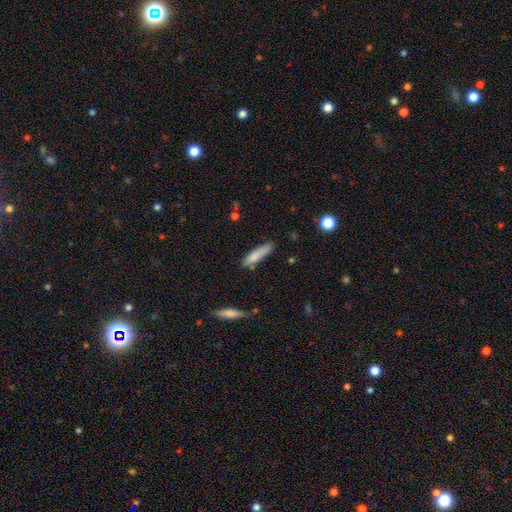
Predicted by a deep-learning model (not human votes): smooth_or_featured: smooth (p=0.78) [alt: featured or disk p=0.15]
how_rounded: cigar-shaped (p=0.80) [alt: in between p=0.18]
merging: none (p=0.76) [alt: minor disturbance p=0.17]